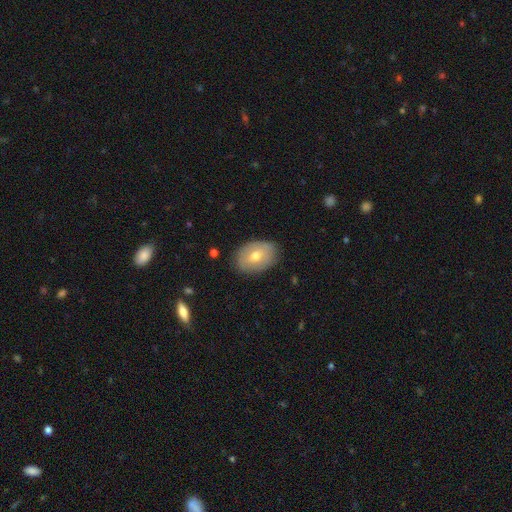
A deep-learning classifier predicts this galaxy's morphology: type=smooth (59%); roundness=in between (79%); merging=none (81%).